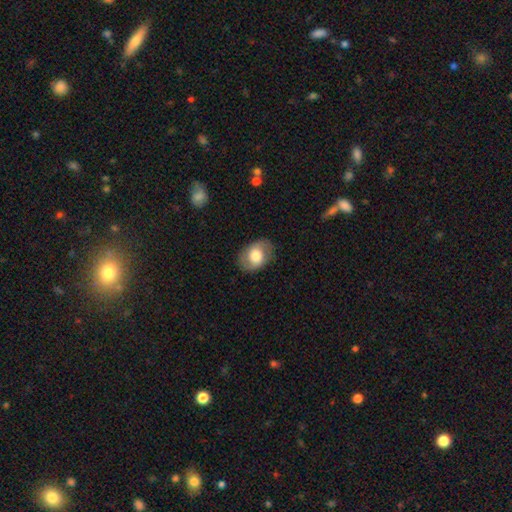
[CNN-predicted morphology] smooth-or-featured: smooth: 61% | featured or disk: 32% | star or artifact: 7%
  how-rounded: in between: 77% | round: 22% | cigar-shaped: 1%
  merging: none: 81% | minor disturbance: 14% | major disturbance: 5% | merger: 1%